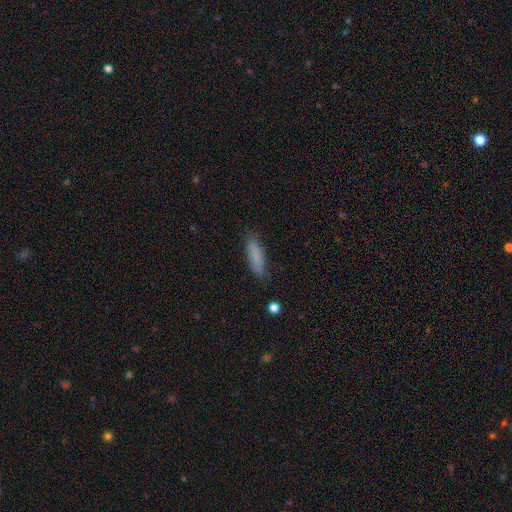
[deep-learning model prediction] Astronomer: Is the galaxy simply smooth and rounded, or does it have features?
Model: smooth — 81%.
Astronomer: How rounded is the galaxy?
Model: cigar-shaped — 65%.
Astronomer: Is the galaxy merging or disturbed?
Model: none — 79%.